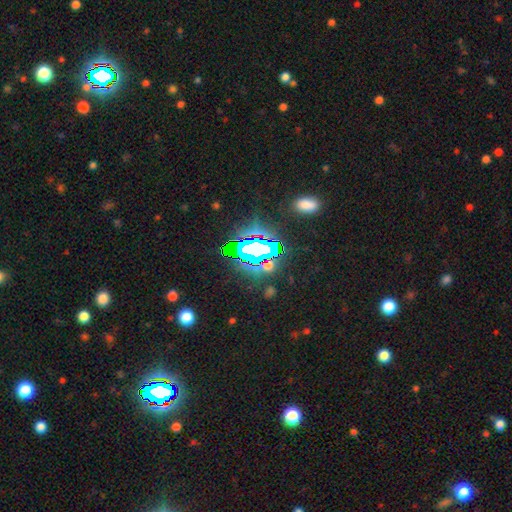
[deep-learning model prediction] Smooth or featured? star or artifact (73%)